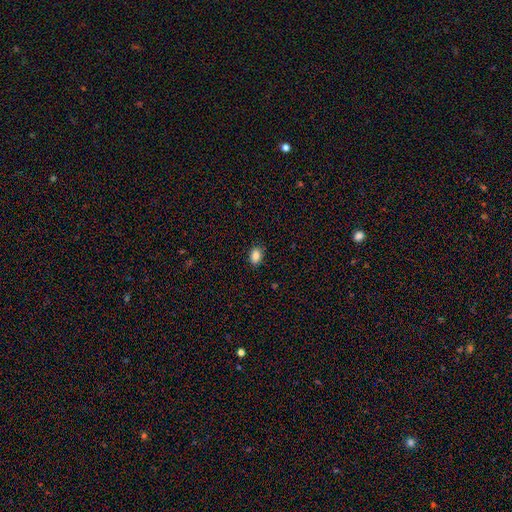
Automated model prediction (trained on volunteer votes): Smooth or featured: smooth — 87% (star or artifact — 9%)
How rounded: in between — 79% (round — 19%)
Merging: none — 87% (minor disturbance — 10%)